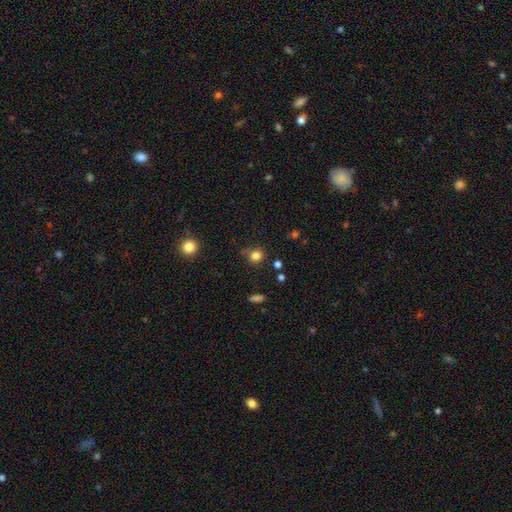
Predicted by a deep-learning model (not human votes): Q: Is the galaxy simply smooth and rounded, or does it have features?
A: smooth — 82%.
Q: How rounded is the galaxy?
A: round — 85%.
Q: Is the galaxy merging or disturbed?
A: none — 74%.